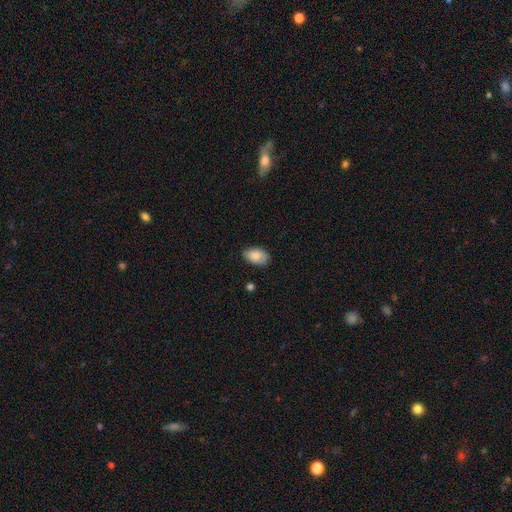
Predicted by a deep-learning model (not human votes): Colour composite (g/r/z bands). It shows a smooth galaxy with no disk features (85%) that is in between round and cigar-shaped (92%). Merging: none (74%).